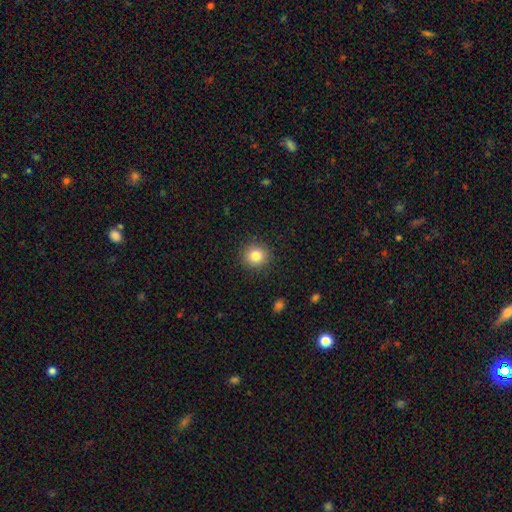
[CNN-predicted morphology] Smooth or featured: smooth — 82% (star or artifact — 11%)
How rounded: round — 88% (in between — 11%)
Merging: none — 90% (minor disturbance — 7%)